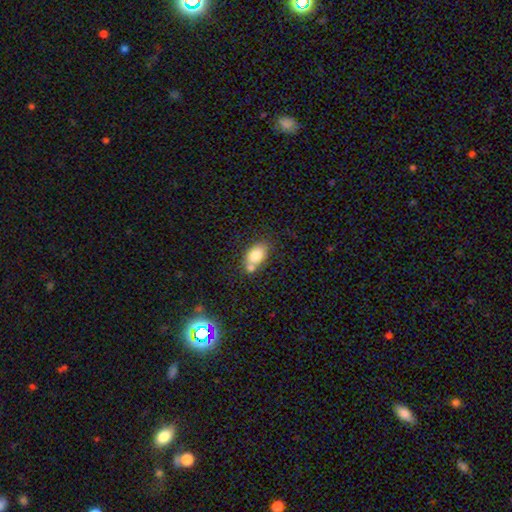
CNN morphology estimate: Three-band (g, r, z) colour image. It shows a smooth galaxy with no disk features (78%) that is in between round and cigar-shaped (82%). Merging: none (50%).